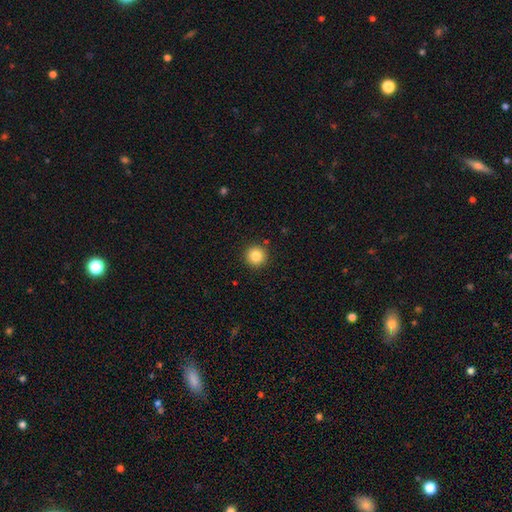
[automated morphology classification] A smooth galaxy with no disk features (84%) that is round (96%). Merging: none (91%).